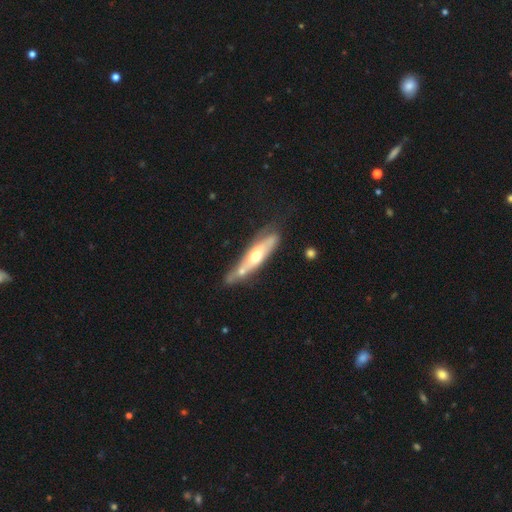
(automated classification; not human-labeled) Morphology: type=featured or disk (63%); edge-on=yes (64%); merging=none (54%).